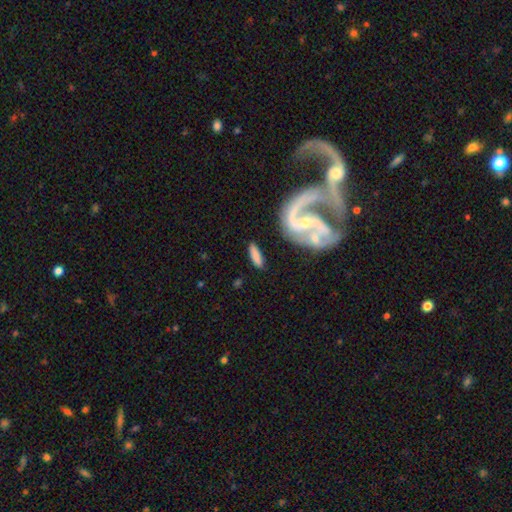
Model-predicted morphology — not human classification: This appears to be a smooth galaxy with no disk features (65%) that is in between round and cigar-shaped (55%). Merging: none (73%).